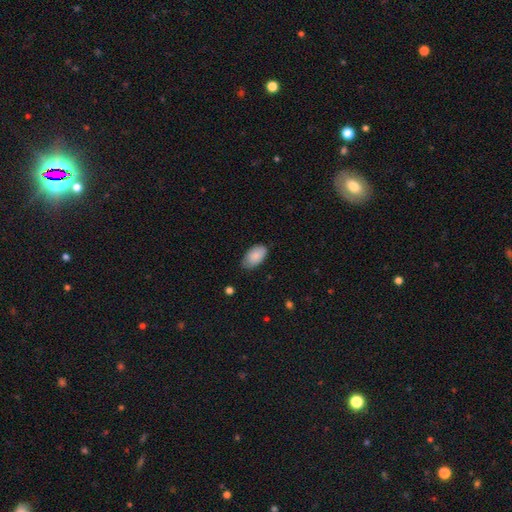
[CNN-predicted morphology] Q: Smooth or featured?
A: smooth (86%); runner-up: featured or disk (8%)
Q: How rounded?
A: in between (94%); runner-up: round (4%)
Q: Merging?
A: none (73%); runner-up: minor disturbance (22%)